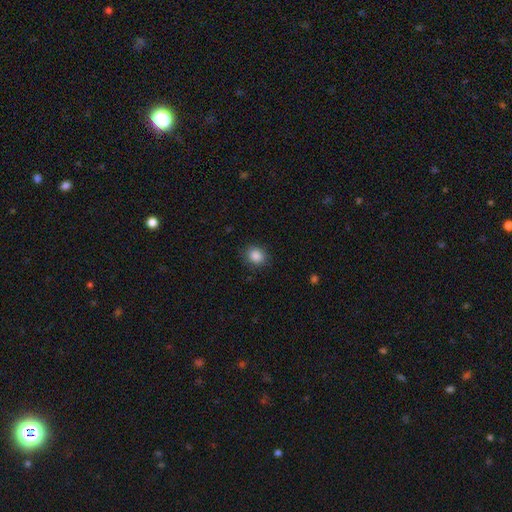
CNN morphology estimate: Smooth or featured: smooth — 87% (star or artifact — 10%)
How rounded: round — 73% (in between — 26%)
Merging: none — 87% (minor disturbance — 10%)